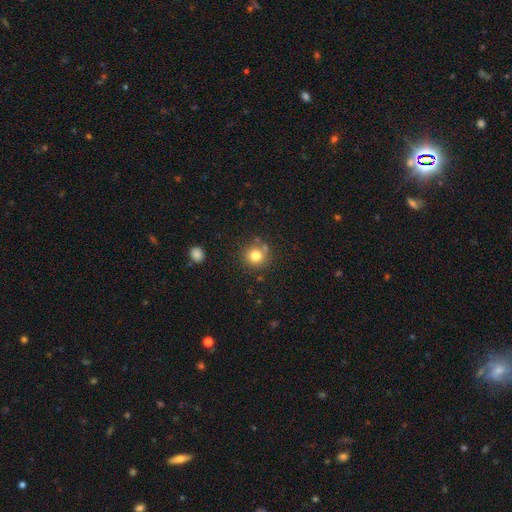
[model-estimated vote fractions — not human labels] This is likely a smooth galaxy (80%). How rounded: clearly round (91%). Merging: likely none (79%).